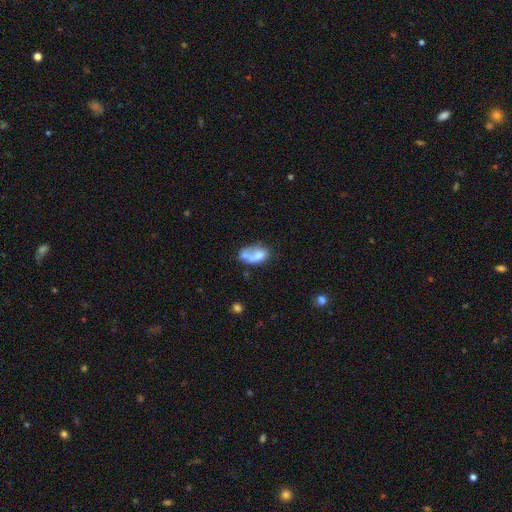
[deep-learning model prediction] smooth_or_featured: smooth (p=0.59) [alt: featured or disk p=0.31]
how_rounded: in between (p=0.88) [alt: round p=0.09]
merging: merger (p=0.30) [alt: none p=0.28]